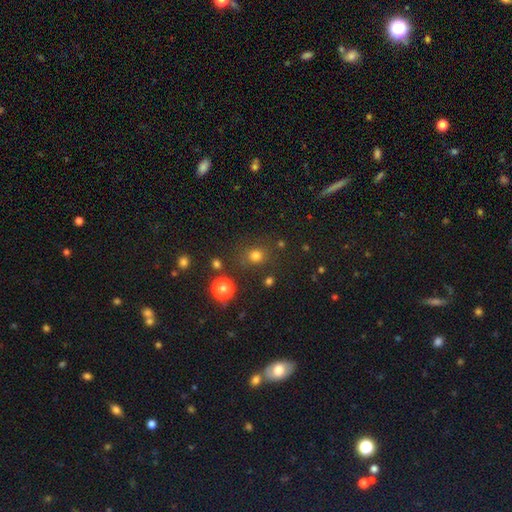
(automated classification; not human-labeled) Smooth or featured: smooth — 75% (star or artifact — 19%)
How rounded: round — 82% (in between — 18%)
Merging: none — 80% (minor disturbance — 10%)